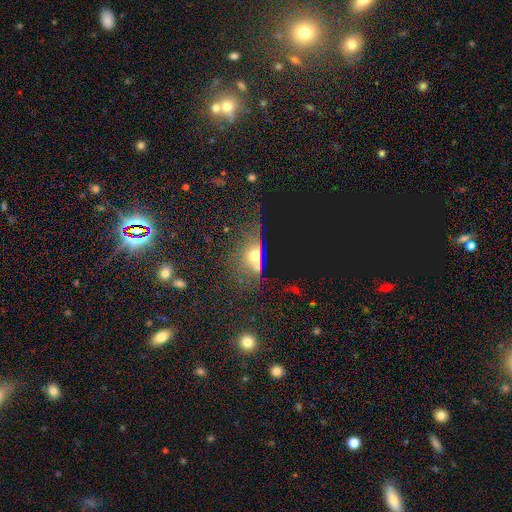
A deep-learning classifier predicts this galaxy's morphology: Smooth or featured? Predicted: smooth (p=0.43). Merging? Predicted: none (p=0.33).